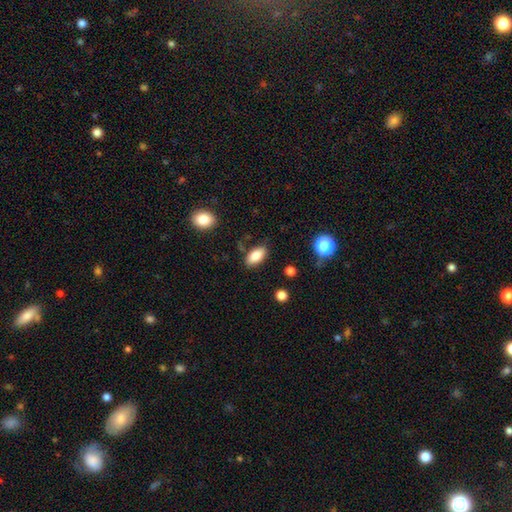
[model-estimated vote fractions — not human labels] Smooth or featured: smooth — 83% (featured or disk — 9%)
How rounded: in between — 90% (cigar-shaped — 7%)
Merging: none — 82% (minor disturbance — 12%)